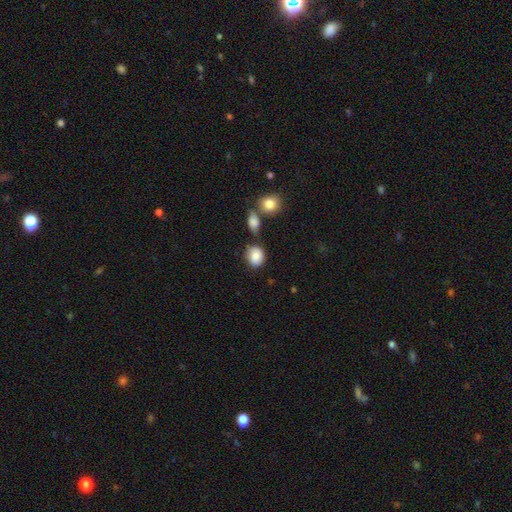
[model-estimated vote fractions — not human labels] smooth_or_featured: smooth (p=0.85) [alt: star or artifact p=0.08]
how_rounded: round (p=0.58) [alt: in between p=0.41]
merging: none (p=0.66) [alt: minor disturbance p=0.20]